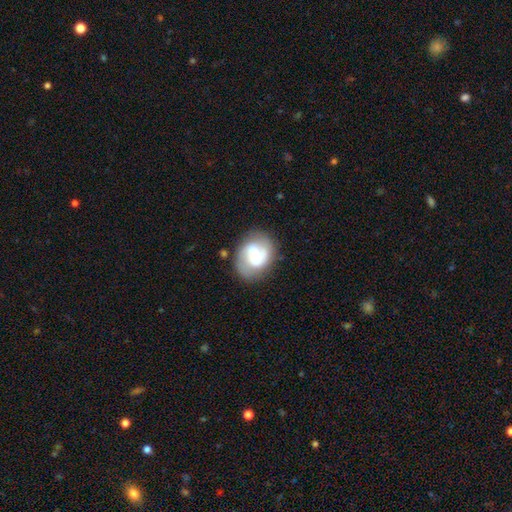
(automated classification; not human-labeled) Smooth or featured: featured or disk — 64% (smooth — 30%)
Edge-on disk: no — 98% (yes — 2%)
Bar: no — 48% (weak — 39%)
Spiral arms: yes — 80% (no — 20%)
Bulge size: small — 46% (moderate — 36%)
Merging: none — 62% (minor disturbance — 20%)